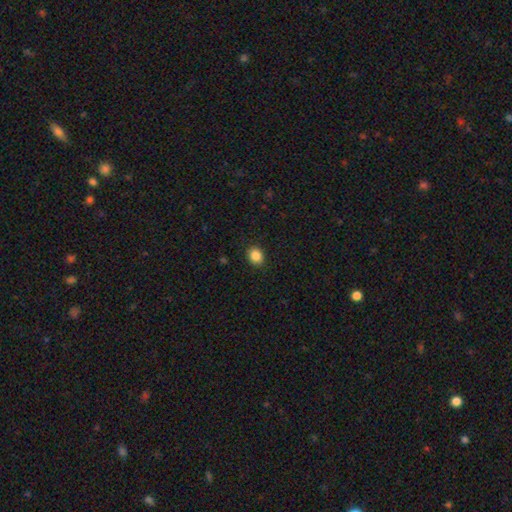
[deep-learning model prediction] smooth 86%, star or artifact 10%, featured or disk 4%. Down the decision tree: how rounded — round (64%); merging — none (90%).